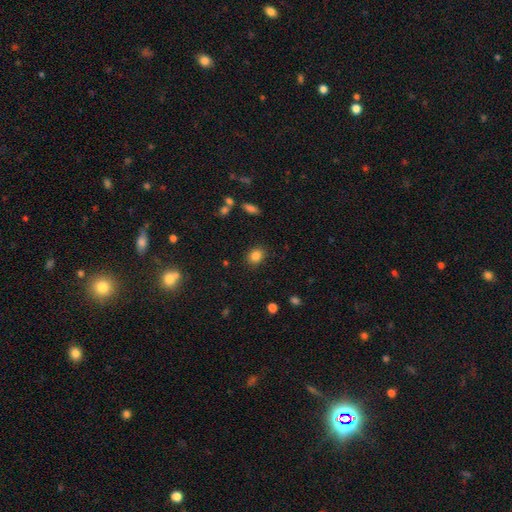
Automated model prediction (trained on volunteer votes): A smooth galaxy with no disk features (83%) that is round (54%).

Vote fractions:
- Smooth or featured? smooth: 83% / star or artifact: 11% / featured or disk: 6%
- How rounded? round: 54% / in between: 45% / cigar-shaped: 1%
- Merging? none: 87% / minor disturbance: 9% / major disturbance: 3% / merger: 1%